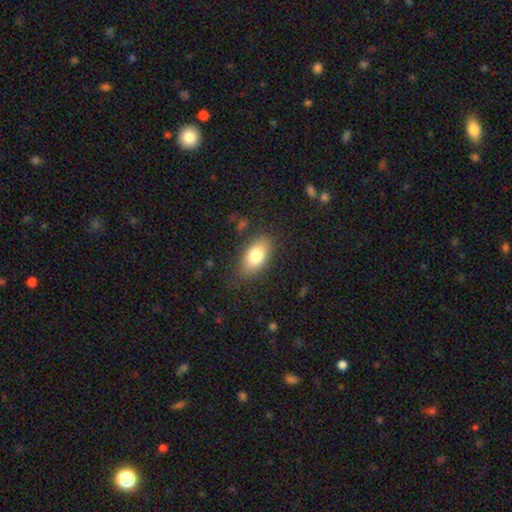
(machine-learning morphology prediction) type=smooth (79%); roundness=in between (90%); merging=none (81%).